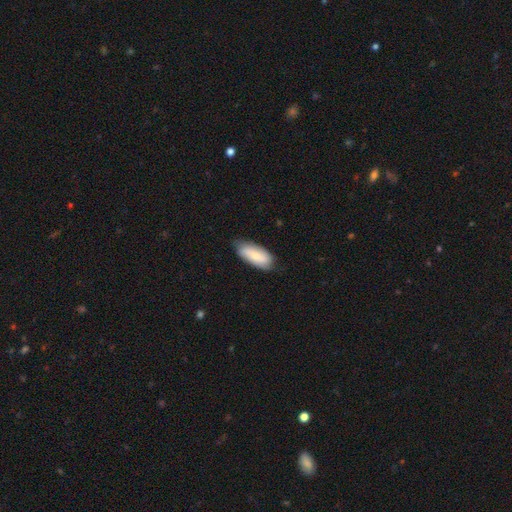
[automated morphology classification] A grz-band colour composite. It shows a smooth galaxy with no disk features (72%) that is in between round and cigar-shaped (84%). Merging: none (76%).